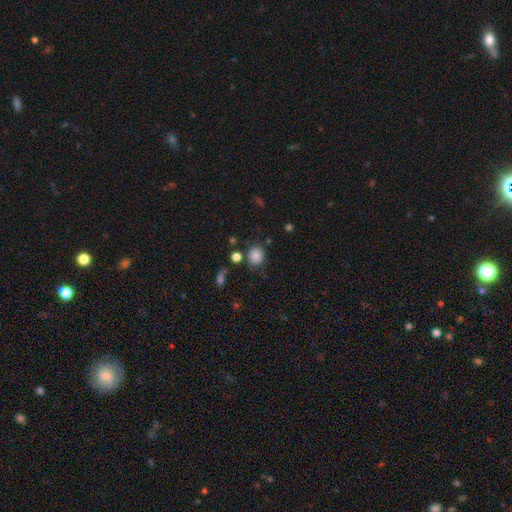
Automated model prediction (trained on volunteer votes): smooth-or-featured: smooth: 84% | star or artifact: 11% | featured or disk: 5%
  how-rounded: round: 73% | in between: 26% | cigar-shaped: 1%
  merging: none: 78% | minor disturbance: 12% | merger: 5% | major disturbance: 4%